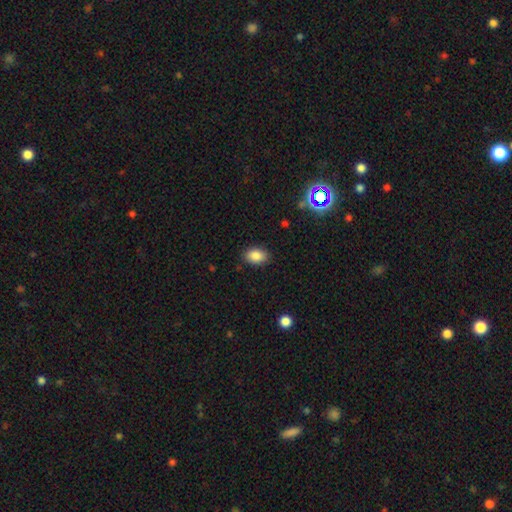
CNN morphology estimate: smooth_or_featured: smooth (p=0.86) [alt: star or artifact p=0.09]
how_rounded: in between (p=0.84) [alt: round p=0.14]
merging: none (p=0.86) [alt: minor disturbance p=0.10]